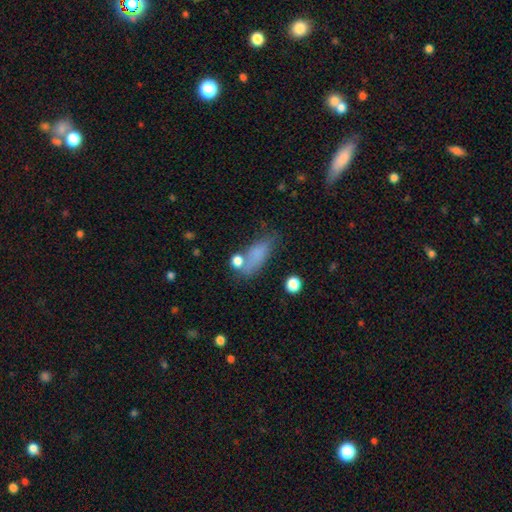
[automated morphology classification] Smooth or featured: smooth — 73% (star or artifact — 14%)
How rounded: in between — 73% (cigar-shaped — 19%)
Merging: none — 49% (minor disturbance — 25%)